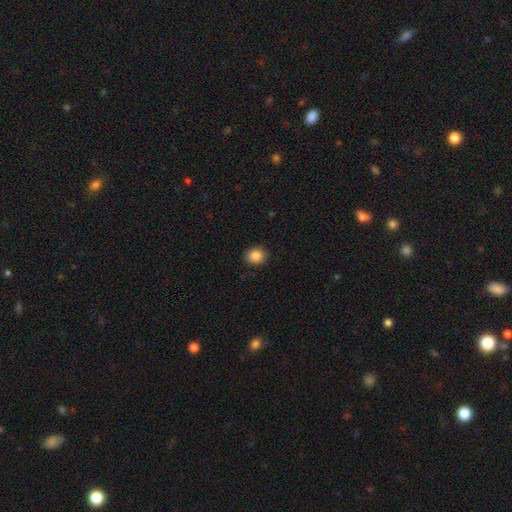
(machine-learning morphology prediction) Smooth or featured?
  - smooth: 87% *
  - star or artifact: 9%
  - featured or disk: 4%
How rounded?
  - round: 61% *
  - in between: 38%
  - cigar-shaped: 1%
Merging?
  - none: 87% *
  - minor disturbance: 10%
  - major disturbance: 2%
  - merger: 1%